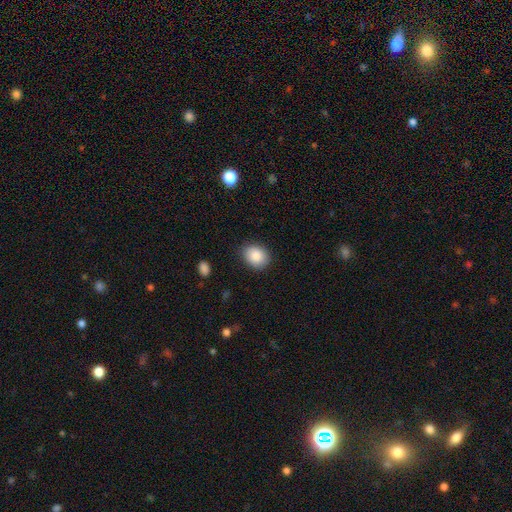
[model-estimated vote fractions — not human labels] smooth_or_featured: smooth (p=0.87) [alt: star or artifact p=0.08]
how_rounded: in between (p=0.52) [alt: round p=0.47]
merging: none (p=0.86) [alt: minor disturbance p=0.10]